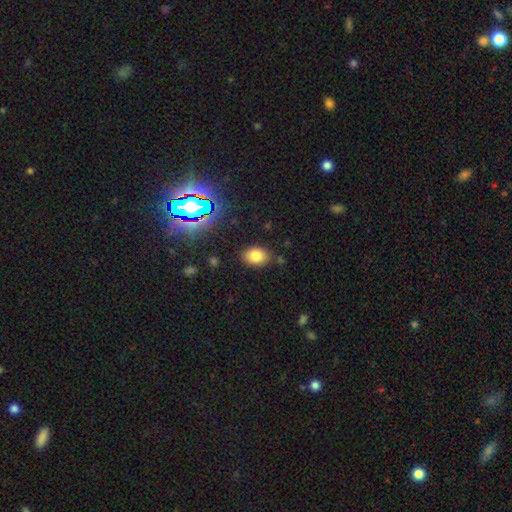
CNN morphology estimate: smooth-or-featured: smooth: 78% | star or artifact: 14% | featured or disk: 8%
  how-rounded: in between: 76% | round: 23% | cigar-shaped: 1%
  merging: none: 82% | minor disturbance: 12% | major disturbance: 3% | merger: 3%